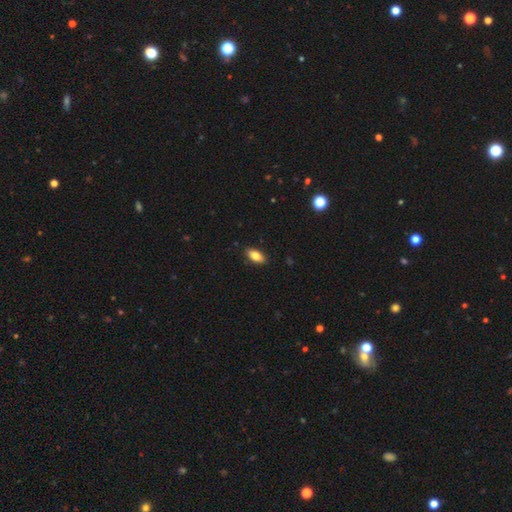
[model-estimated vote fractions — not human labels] Smooth or featured: smooth — 79% (featured or disk — 13%)
How rounded: in between — 87% (cigar-shaped — 10%)
Merging: none — 88% (minor disturbance — 9%)